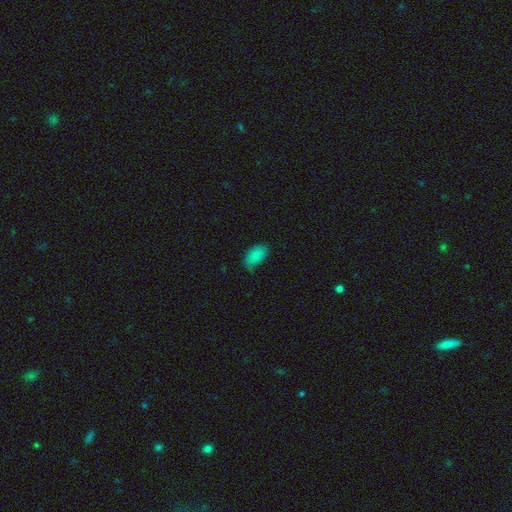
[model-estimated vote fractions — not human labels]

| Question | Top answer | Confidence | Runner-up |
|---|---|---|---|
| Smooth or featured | smooth | 86% | star or artifact (8%) |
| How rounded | in between | 94% | round (4%) |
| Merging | none | 74% | minor disturbance (21%) |